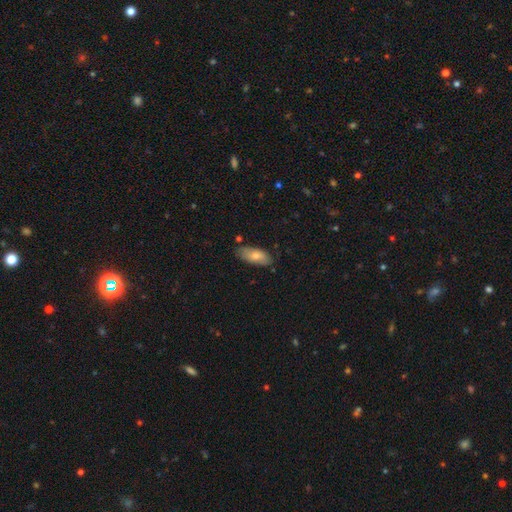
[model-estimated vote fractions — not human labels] smooth_or_featured: smooth (p=0.78) [alt: featured or disk p=0.16]
how_rounded: in between (p=0.85) [alt: cigar-shaped p=0.13]
merging: none (p=0.76) [alt: minor disturbance p=0.18]